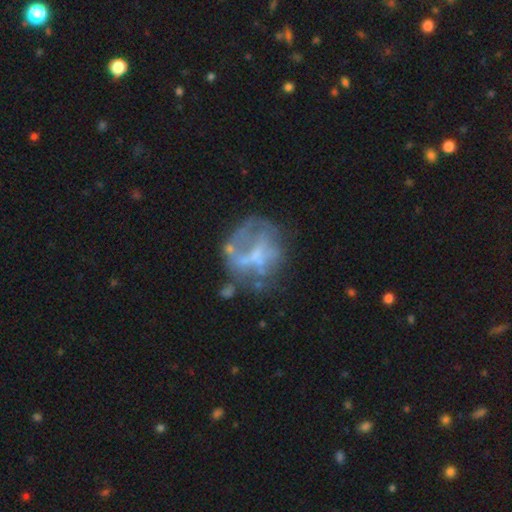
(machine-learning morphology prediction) Smooth or featured? Predicted: featured or disk (p=0.58). Edge-on disk? Predicted: no (p=0.97). Bar? Predicted: no (p=0.71). Spiral arms? Predicted: no (p=0.83). Bulge size? Predicted: none (p=0.56). Merging? Predicted: none (p=0.44).